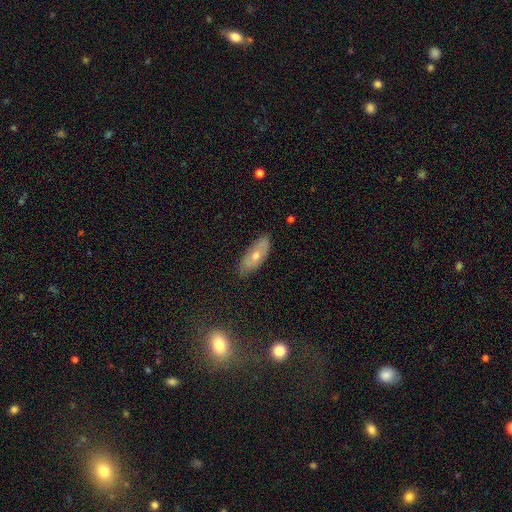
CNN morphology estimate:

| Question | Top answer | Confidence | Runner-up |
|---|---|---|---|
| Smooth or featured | smooth | 51% | featured or disk (39%) |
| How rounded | in between | 71% | cigar-shaped (26%) |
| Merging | none | 82% | minor disturbance (14%) |